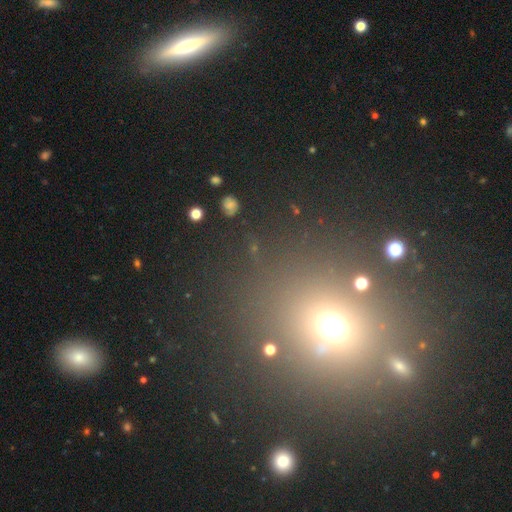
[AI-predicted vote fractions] Smooth or featured? star or artifact (48%)